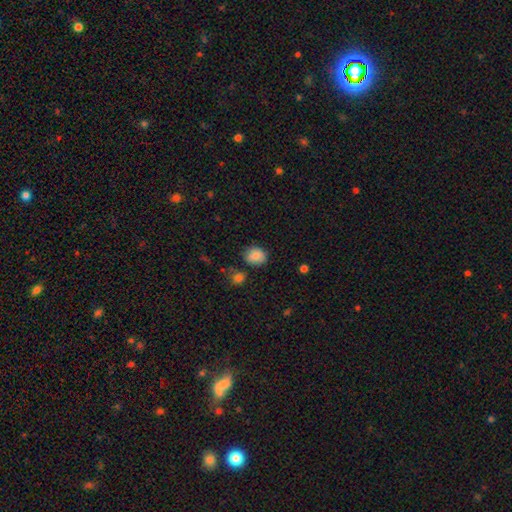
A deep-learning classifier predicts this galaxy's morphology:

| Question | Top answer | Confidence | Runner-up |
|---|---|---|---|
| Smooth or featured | smooth | 85% | star or artifact (9%) |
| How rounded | round | 57% | in between (42%) |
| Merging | none | 75% | minor disturbance (17%) |